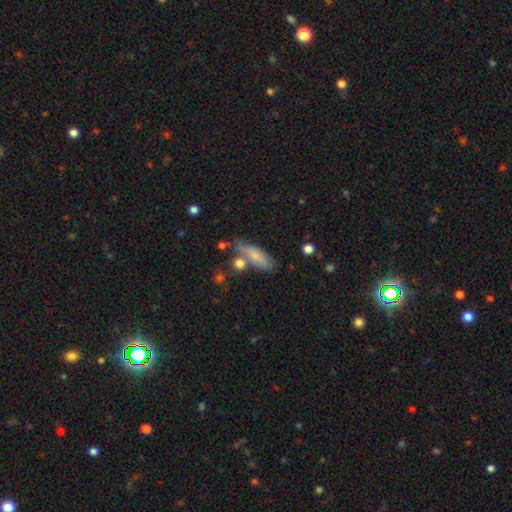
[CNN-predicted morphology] smooth_or_featured: smooth (p=0.72) [alt: featured or disk p=0.21]
how_rounded: in between (p=0.52) [alt: cigar-shaped p=0.44]
merging: none (p=0.57) [alt: minor disturbance p=0.21]